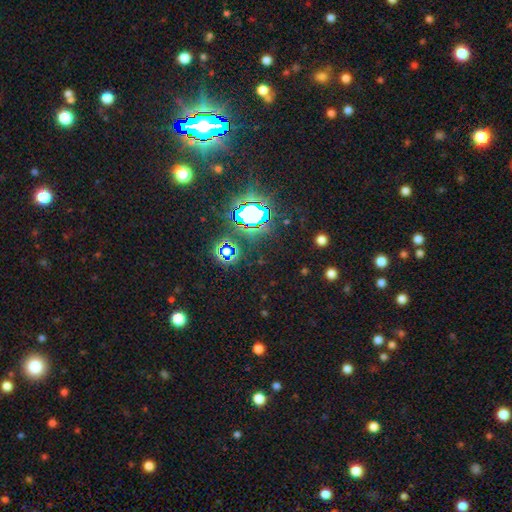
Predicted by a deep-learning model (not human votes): The model was most divided on "smooth or featured": star or artifact: 80%, smooth: 12%, featured or disk: 8%.